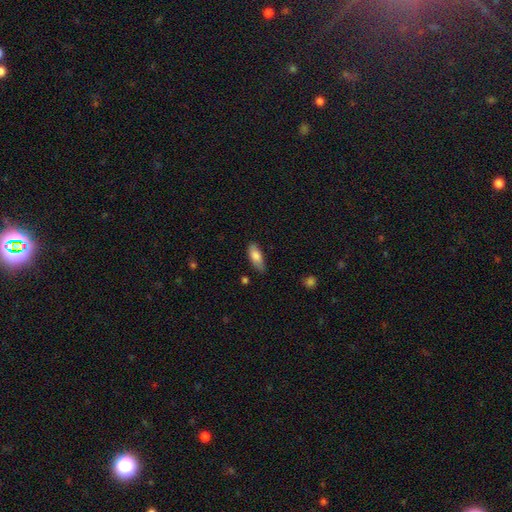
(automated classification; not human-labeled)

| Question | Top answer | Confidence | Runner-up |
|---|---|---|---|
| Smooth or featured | smooth | 81% | featured or disk (13%) |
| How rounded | in between | 75% | cigar-shaped (23%) |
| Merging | none | 75% | minor disturbance (20%) |